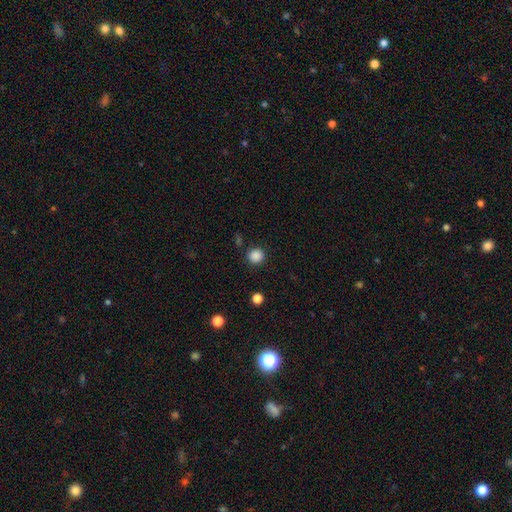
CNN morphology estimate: Smooth or featured?
  - smooth: 86% *
  - star or artifact: 11%
  - featured or disk: 3%
How rounded?
  - round: 90% *
  - in between: 9%
  - cigar-shaped: 1%
Merging?
  - none: 87% *
  - minor disturbance: 7%
  - major disturbance: 3%
  - merger: 2%